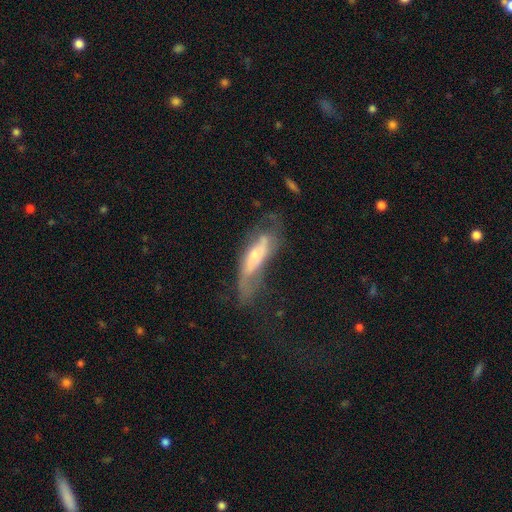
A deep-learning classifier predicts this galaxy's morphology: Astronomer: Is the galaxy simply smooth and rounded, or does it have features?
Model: featured or disk — 57% (runner-up: smooth, 36%).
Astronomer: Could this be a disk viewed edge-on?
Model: no — 67%.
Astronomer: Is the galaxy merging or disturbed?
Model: major disturbance — 38% (runner-up: none, 32%).